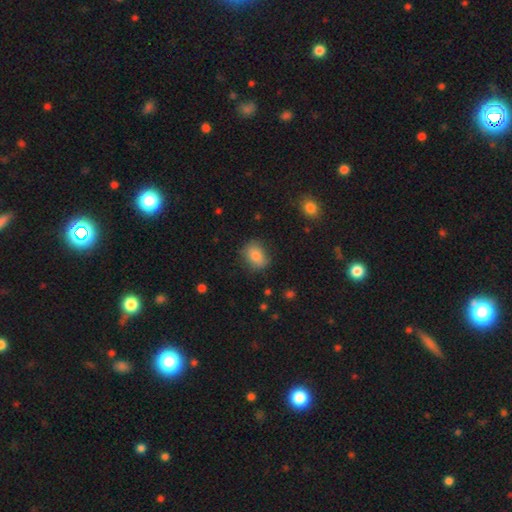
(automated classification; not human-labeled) This appears to be a smooth galaxy with no disk features (80%) that is in between round and cigar-shaped (61%). Merging: none (75%).